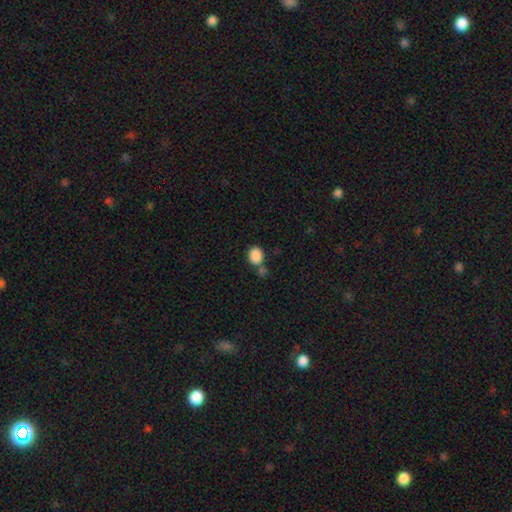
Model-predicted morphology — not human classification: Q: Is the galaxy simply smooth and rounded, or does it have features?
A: smooth — 87%.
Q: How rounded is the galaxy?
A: round — 54%.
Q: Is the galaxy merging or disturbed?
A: none — 57%.